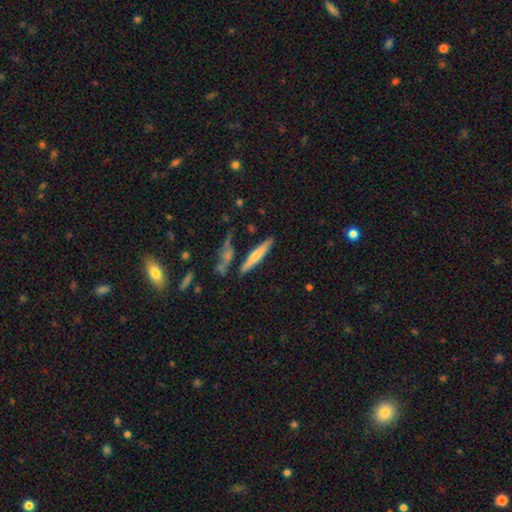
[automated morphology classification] smooth-or-featured: smooth: 53% | featured or disk: 41% | star or artifact: 6%
  how-rounded: cigar-shaped: 90% | in between: 8% | round: 2%
  merging: none: 77% | minor disturbance: 12% | merger: 7% | major disturbance: 3%